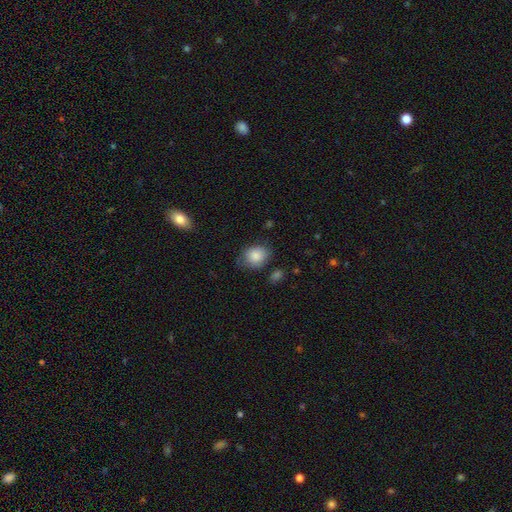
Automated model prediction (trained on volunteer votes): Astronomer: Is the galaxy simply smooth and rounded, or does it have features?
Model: smooth — 86%.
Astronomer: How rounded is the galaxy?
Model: round — 55% (runner-up: in between, 44%).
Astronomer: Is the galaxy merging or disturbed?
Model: none — 67%.